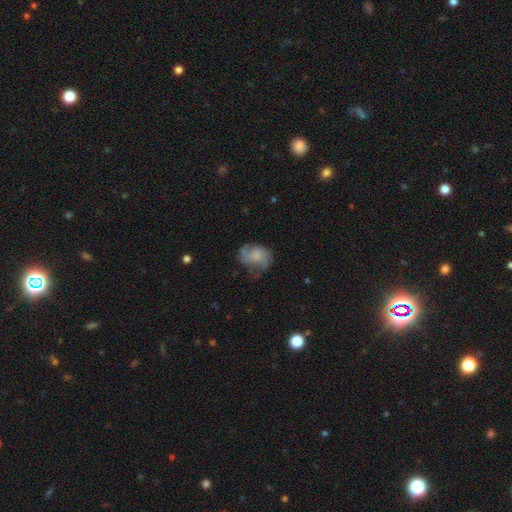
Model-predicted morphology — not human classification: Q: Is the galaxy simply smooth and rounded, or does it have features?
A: smooth — 51%.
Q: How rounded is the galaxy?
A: in between — 63%.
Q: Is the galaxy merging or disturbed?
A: none — 45%.